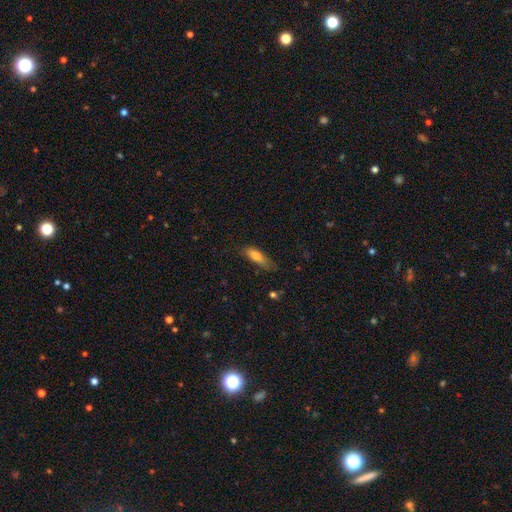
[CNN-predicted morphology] Smooth or featured? smooth (76%)
How rounded? cigar-shaped (51%)
Merging? none (54%)